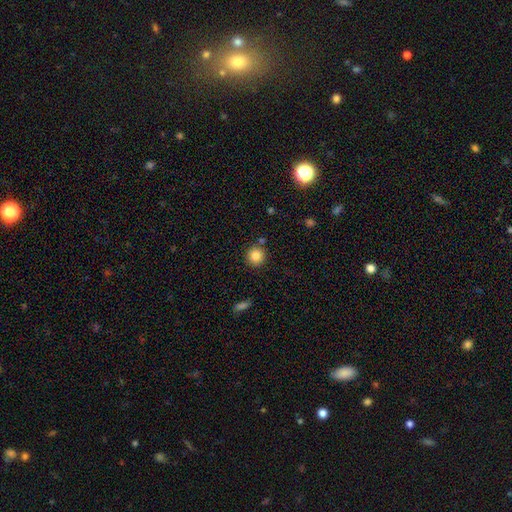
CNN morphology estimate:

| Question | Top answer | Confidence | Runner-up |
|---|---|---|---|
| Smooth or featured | smooth | 85% | star or artifact (10%) |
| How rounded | round | 92% | in between (7%) |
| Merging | none | 83% | minor disturbance (8%) |